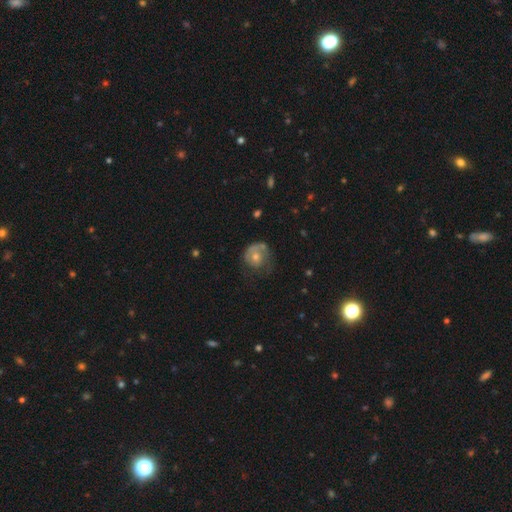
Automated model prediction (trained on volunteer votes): smooth_or_featured: featured or disk (p=0.53) [alt: smooth p=0.40]
disk_edge_on: no (p=0.97) [alt: yes p=0.03]
bar: no (p=0.85) [alt: weak p=0.13]
has_spiral_arms: yes (p=0.65) [alt: no p=0.35]
bulge_size: moderate (p=0.56) [alt: small p=0.36]
merging: none (p=0.45) [alt: major disturbance p=0.28]